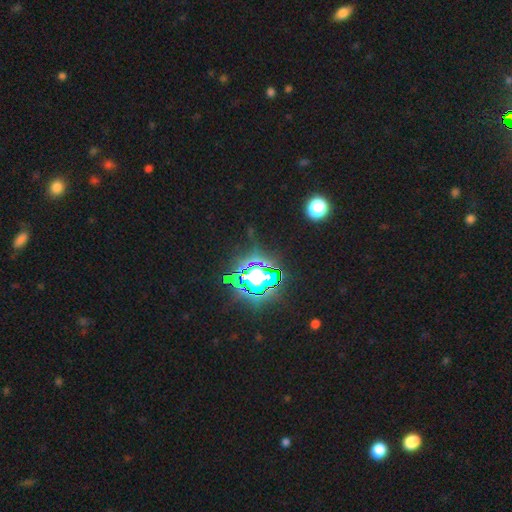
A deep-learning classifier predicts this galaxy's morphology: Q: Smooth or featured?
A: star or artifact (72%); runner-up: smooth (16%)